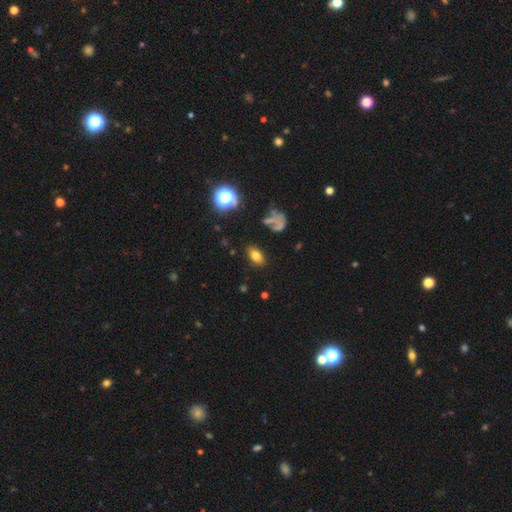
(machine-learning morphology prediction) This is likely a smooth galaxy (75%). How rounded: clearly in between (86%). Merging: clearly none (83%).